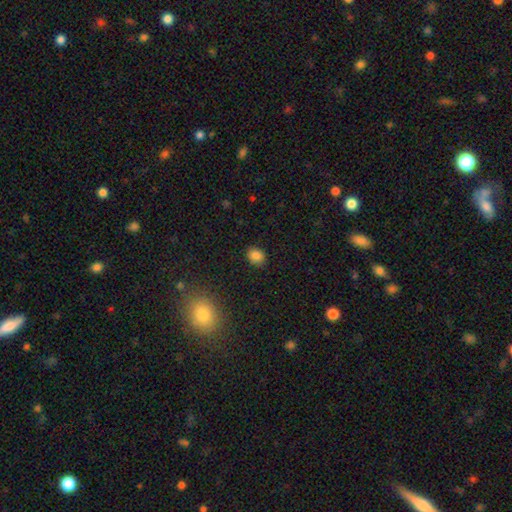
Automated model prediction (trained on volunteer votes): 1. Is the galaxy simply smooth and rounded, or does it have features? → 85% smooth, 11% star or artifact, 4% featured or disk.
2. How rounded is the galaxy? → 54% in between, 45% round, 1% cigar-shaped.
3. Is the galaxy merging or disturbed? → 87% none, 10% minor disturbance, 2% major disturbance, 1% merger.